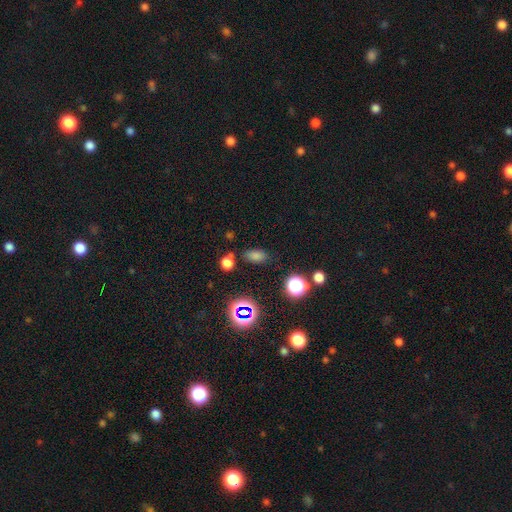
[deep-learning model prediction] Overall: smooth (71%). How rounded: in between (84%). Merging: none (78%).